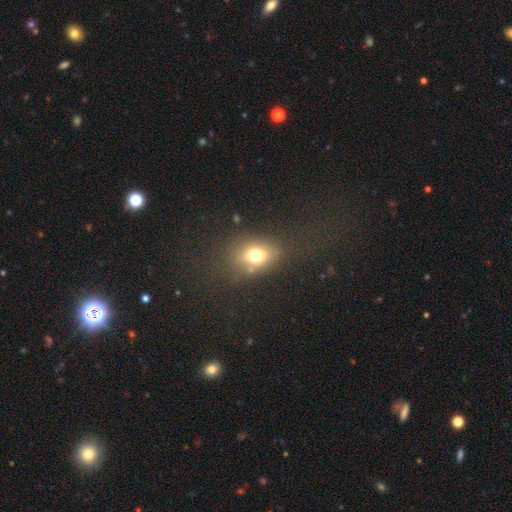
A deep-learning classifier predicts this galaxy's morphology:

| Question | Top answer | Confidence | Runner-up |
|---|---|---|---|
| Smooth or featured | smooth | 71% | star or artifact (15%) |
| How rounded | in between | 62% | round (36%) |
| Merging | none | 71% | minor disturbance (16%) |